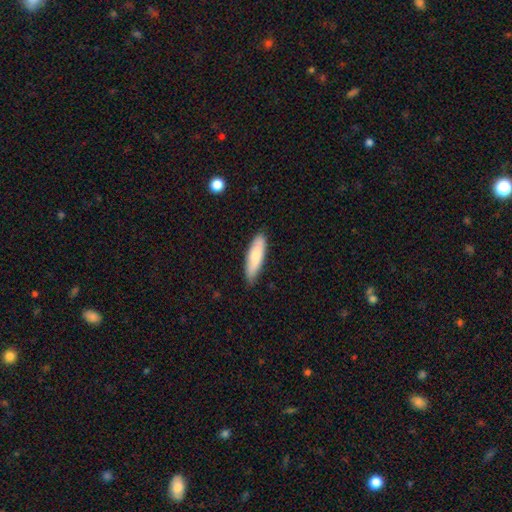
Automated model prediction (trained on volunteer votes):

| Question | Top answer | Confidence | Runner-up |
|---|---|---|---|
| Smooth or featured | smooth | 76% | featured or disk (18%) |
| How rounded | cigar-shaped | 55% | in between (44%) |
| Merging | none | 81% | minor disturbance (15%) |